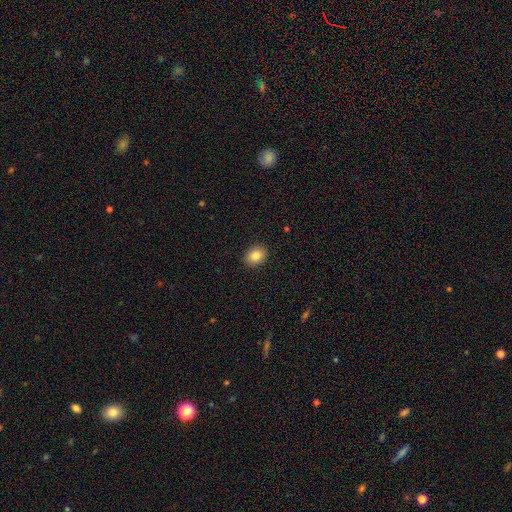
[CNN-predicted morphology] Overall: smooth (83%). How rounded: round (52%; in between 47%). Merging: none (91%).